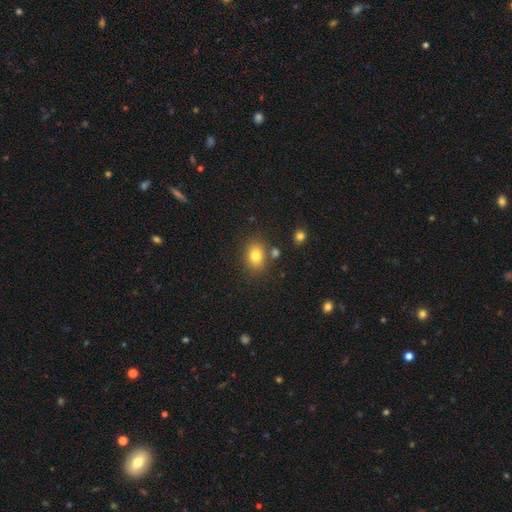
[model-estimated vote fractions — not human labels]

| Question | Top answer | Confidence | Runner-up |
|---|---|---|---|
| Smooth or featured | smooth | 80% | star or artifact (11%) |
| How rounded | in between | 68% | round (31%) |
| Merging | none | 76% | minor disturbance (12%) |